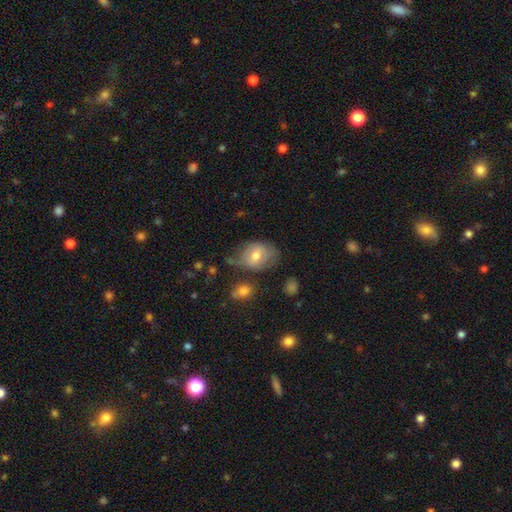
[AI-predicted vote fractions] smooth_or_featured: smooth (p=0.62) [alt: featured or disk p=0.29]
how_rounded: in between (p=0.66) [alt: round p=0.33]
merging: none (p=0.49) [alt: minor disturbance p=0.31]